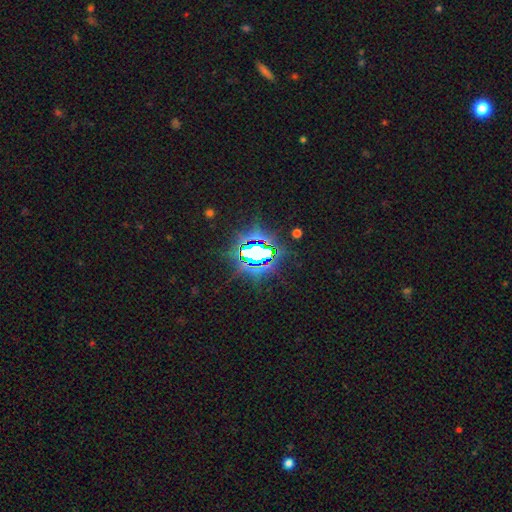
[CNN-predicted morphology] Smooth or featured? star or artifact (77%)